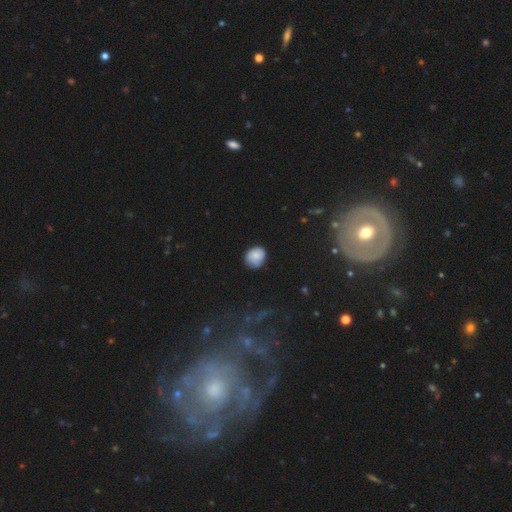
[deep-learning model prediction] The model was most divided on "how rounded": round: 69%, in between: 30%, cigar-shaped: 1%. More confident: smooth or featured — smooth (80%); merging — none (69%).